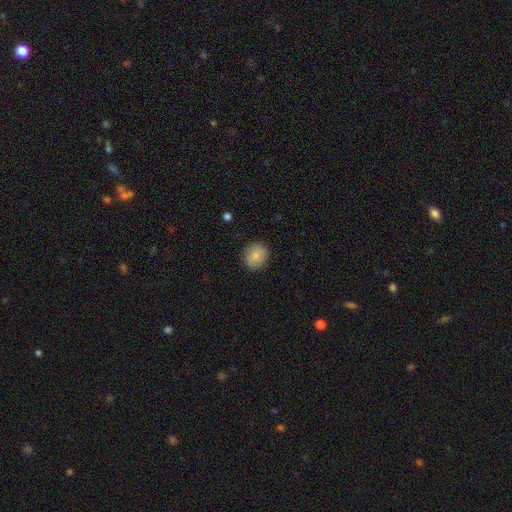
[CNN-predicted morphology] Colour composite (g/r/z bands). It shows a smooth galaxy with no disk features (84%) that is round (82%). Merging: none (88%).